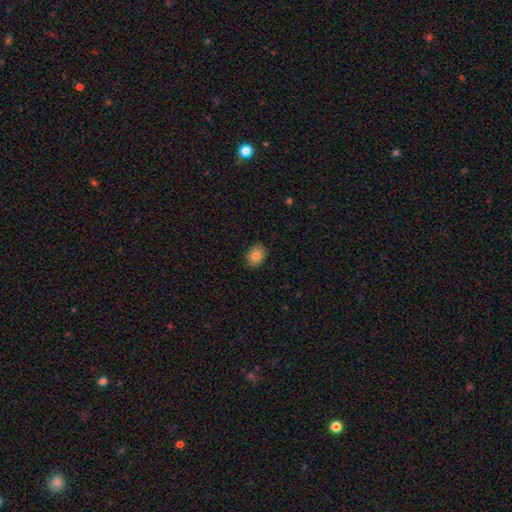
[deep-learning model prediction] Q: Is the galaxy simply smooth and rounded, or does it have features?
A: smooth — 82%.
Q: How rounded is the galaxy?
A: in between — 60%.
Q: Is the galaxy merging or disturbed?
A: none — 89%.